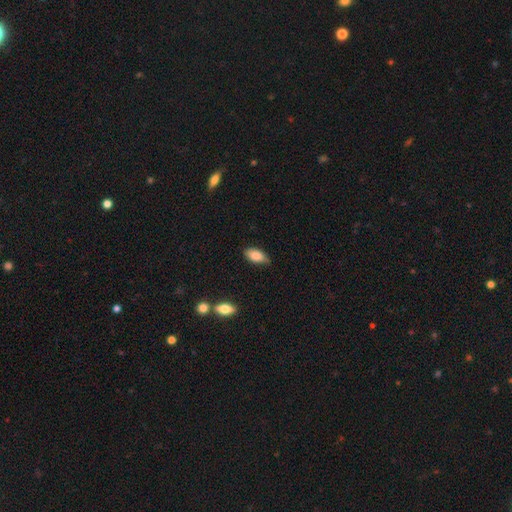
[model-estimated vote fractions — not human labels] The model was most divided on "merging": none: 69%, minor disturbance: 25%, major disturbance: 4%, merger: 2%. More confident: how rounded — in between (91%); smooth or featured — smooth (84%).